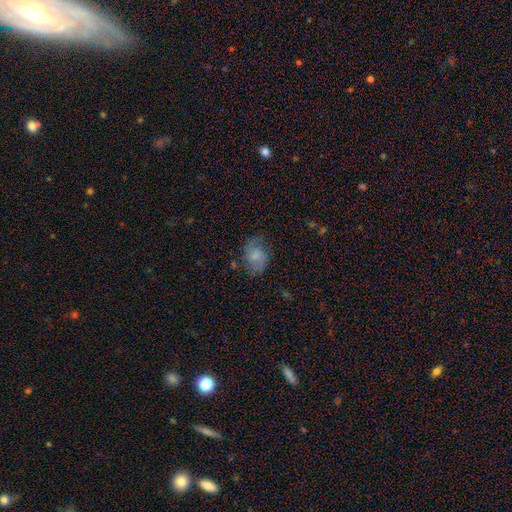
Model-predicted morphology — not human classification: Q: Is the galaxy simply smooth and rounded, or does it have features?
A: smooth — 59%.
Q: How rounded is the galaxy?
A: in between — 68%.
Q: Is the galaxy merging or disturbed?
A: none — 57%.